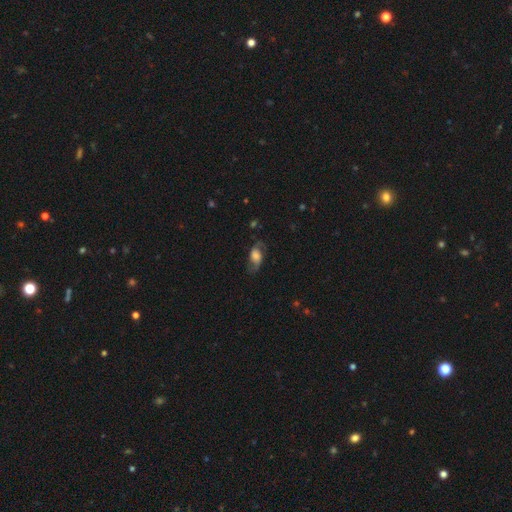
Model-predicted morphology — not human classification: A featured or disk galaxy (50%).

Vote fractions:
- Smooth or featured? featured or disk: 50% / smooth: 41% / star or artifact: 9%
- Edge-on disk? no: 90% / yes: 10%
- Merging? none: 64% / minor disturbance: 21% / major disturbance: 14% / merger: 2%